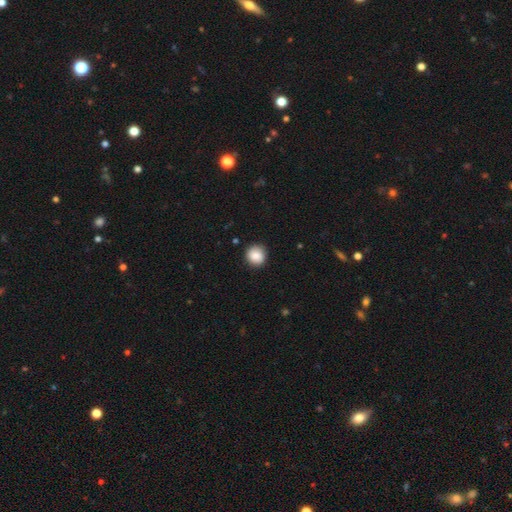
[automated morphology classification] A smooth galaxy with no disk features (85%) that is round (89%). Merging: none (87%).